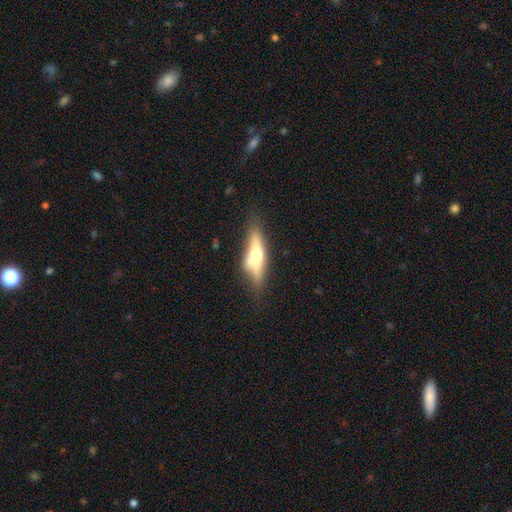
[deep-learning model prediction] Overall: featured or disk (49%; smooth 44%). Merging: none (63%).